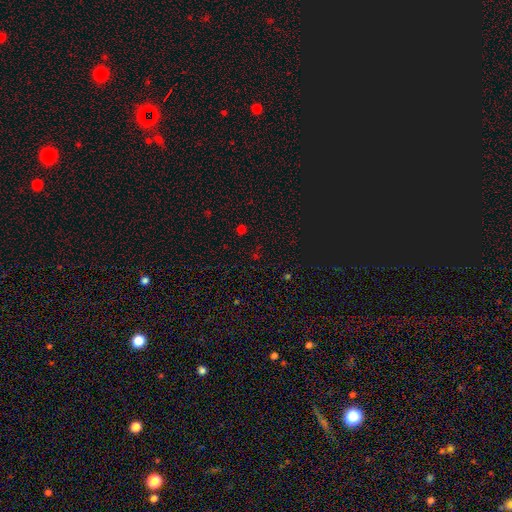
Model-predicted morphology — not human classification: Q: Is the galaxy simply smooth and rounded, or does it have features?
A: star or artifact — 60%.